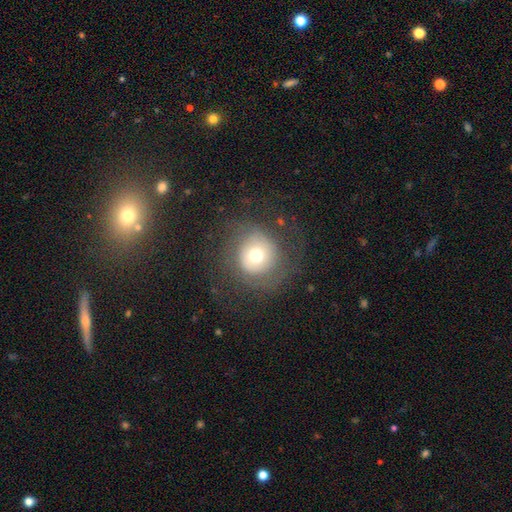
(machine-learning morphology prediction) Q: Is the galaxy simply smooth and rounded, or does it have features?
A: smooth — 57%.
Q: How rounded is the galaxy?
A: round — 88%.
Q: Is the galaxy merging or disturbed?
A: none — 66%.